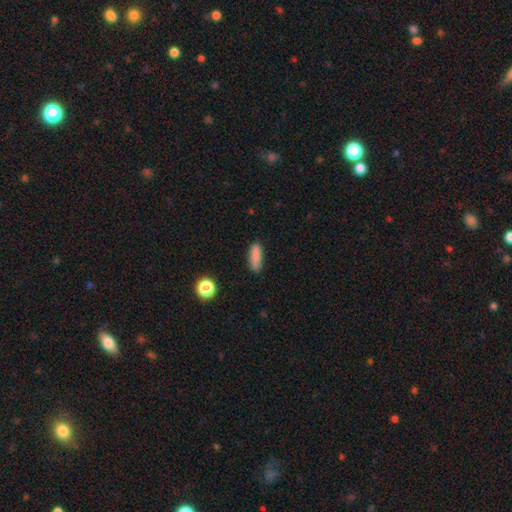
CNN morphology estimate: A smooth galaxy with no disk features (86%) that is in between round and cigar-shaped (57%).

Vote fractions:
- Smooth or featured? smooth: 86% / star or artifact: 8% / featured or disk: 6%
- How rounded? in between: 57% / cigar-shaped: 40% / round: 3%
- Merging? none: 86% / minor disturbance: 10% / major disturbance: 2% / merger: 1%